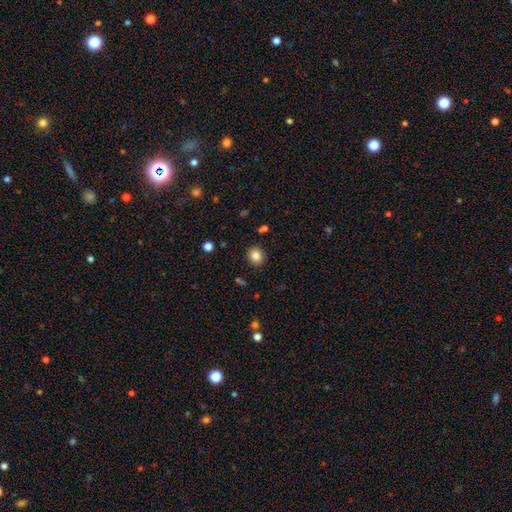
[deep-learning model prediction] smooth 85%, star or artifact 10%, featured or disk 5%. Down the decision tree: how rounded — round (72%); merging — none (88%).